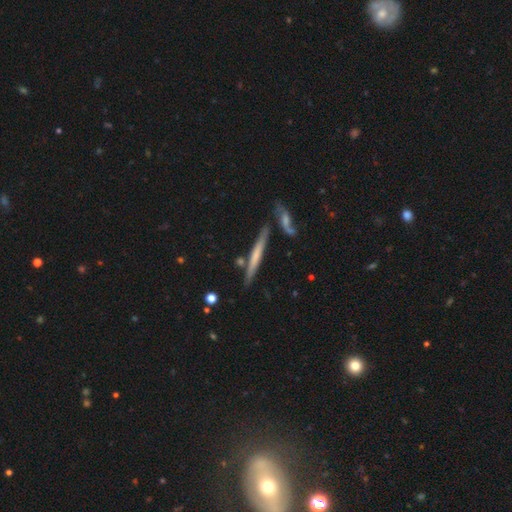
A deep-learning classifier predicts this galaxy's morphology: Q: Smooth or featured?
A: featured or disk (49%); runner-up: smooth (45%)
Q: Merging?
A: none (75%); runner-up: minor disturbance (12%)